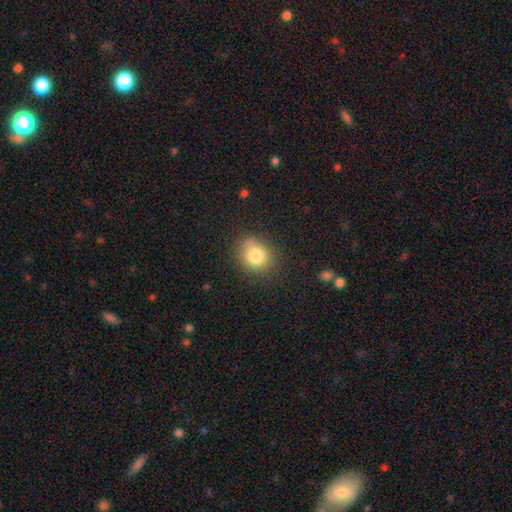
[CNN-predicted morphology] This is clearly a smooth galaxy (81%). How rounded: likely round (73%). Merging: likely none (73%).